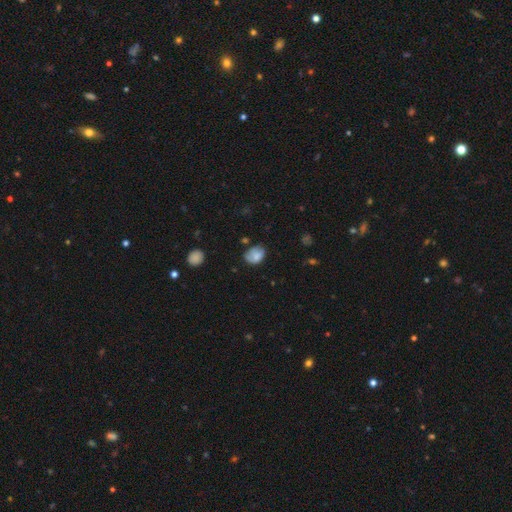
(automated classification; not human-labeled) smooth 75%, featured or disk 17%, star or artifact 9%. Down the decision tree: how rounded — in between (66%); merging — none (51%).